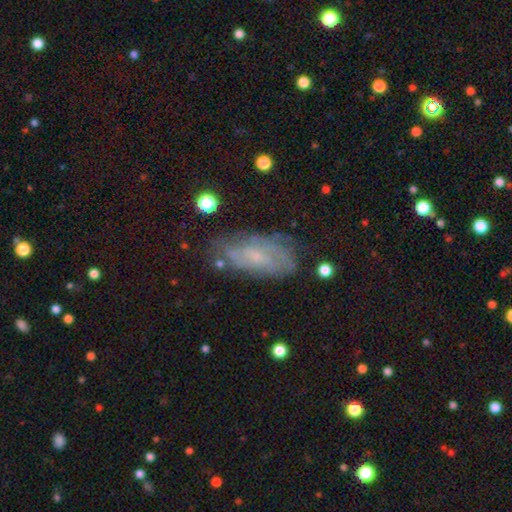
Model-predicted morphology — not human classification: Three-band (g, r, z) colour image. It shows a featured or disk galaxy (60%) with no bar (63%), spiral arms (80%) and a small central bulge (75%). Merging: none (68%).